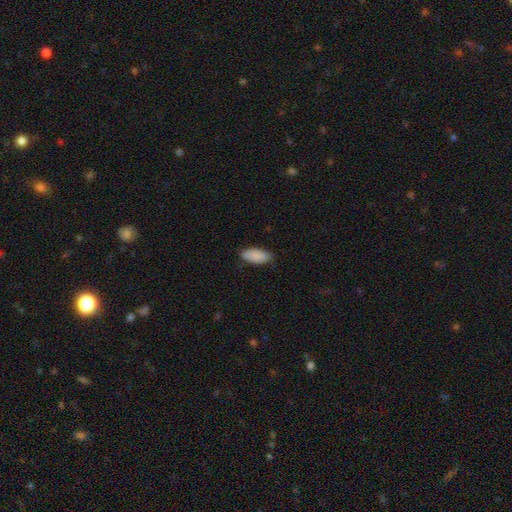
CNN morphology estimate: The model was most divided on "merging": none: 84%, minor disturbance: 12%, major disturbance: 2%, merger: 1%. More confident: how rounded — in between (91%); smooth or featured — smooth (89%).